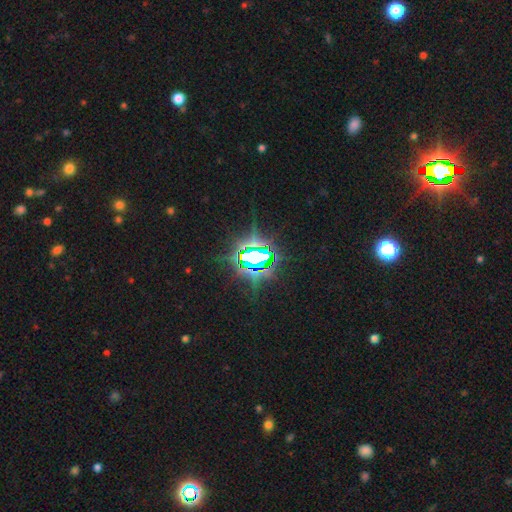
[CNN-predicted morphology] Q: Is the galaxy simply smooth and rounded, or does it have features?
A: star or artifact — 81%.